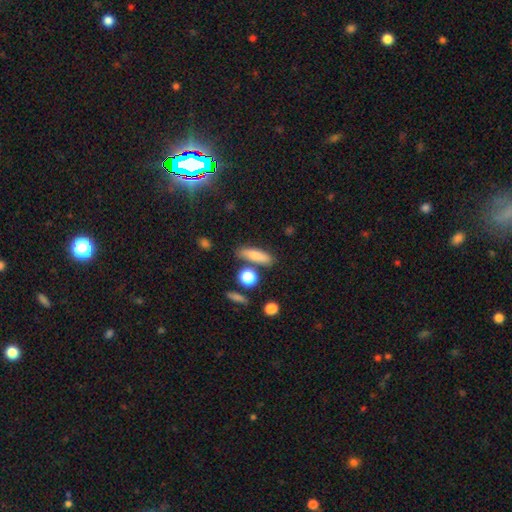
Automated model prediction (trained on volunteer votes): Q: Smooth or featured?
A: smooth (79%); runner-up: featured or disk (12%)
Q: How rounded?
A: cigar-shaped (55%); runner-up: in between (38%)
Q: Merging?
A: none (76%); runner-up: minor disturbance (12%)